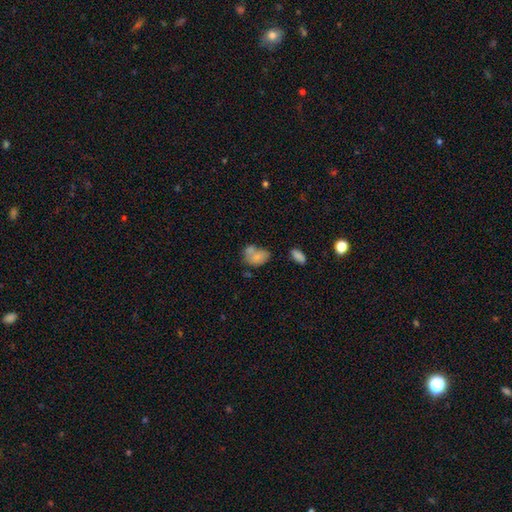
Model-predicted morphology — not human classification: A smooth galaxy with no disk features (74%) that is in between round and cigar-shaped (76%). Merging: merger (41%).